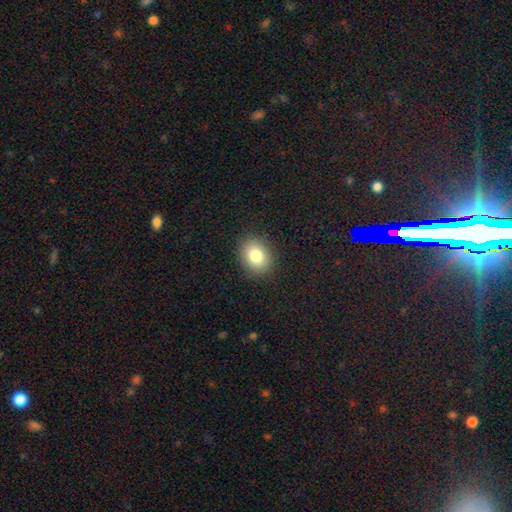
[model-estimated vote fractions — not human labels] Smooth or featured? Predicted: smooth (p=0.82). How rounded? Predicted: in between (p=0.55). Merging? Predicted: none (p=0.89).